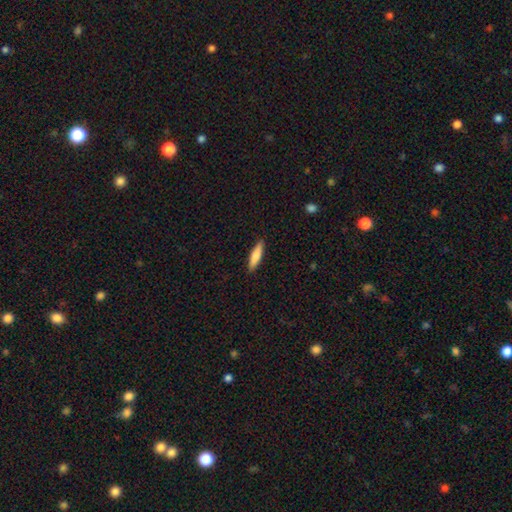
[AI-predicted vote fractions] Smooth or featured? smooth (81%)
How rounded? cigar-shaped (78%)
Merging? none (90%)